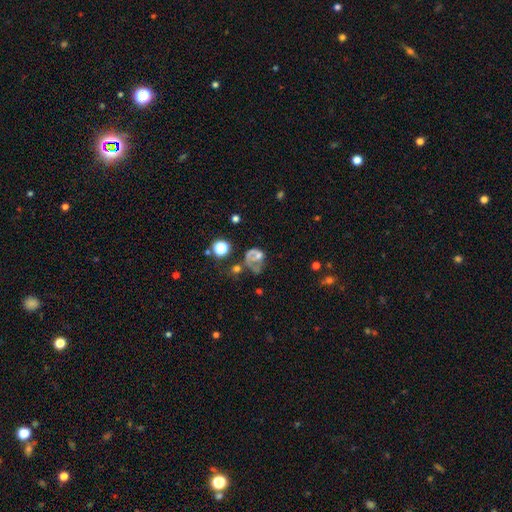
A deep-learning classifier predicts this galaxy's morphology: The model was most divided on "smooth or featured": featured or disk: 47%, smooth: 35%, star or artifact: 18%. Remaining: merging — major disturbance (39%).